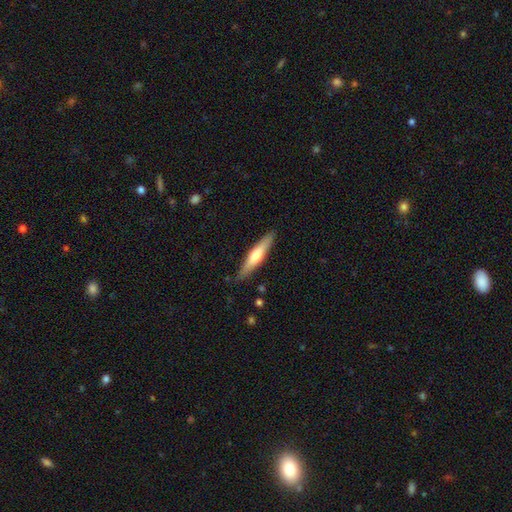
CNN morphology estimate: The model was most divided on "smooth or featured": smooth: 49%, featured or disk: 46%, star or artifact: 5%. More confident: merging — none (87%).